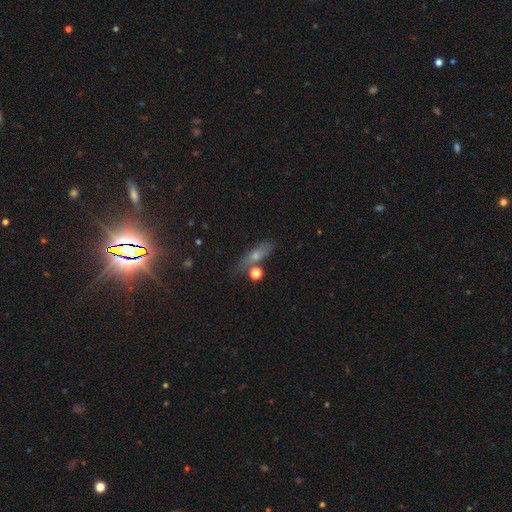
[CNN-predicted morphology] A smooth galaxy with no disk features (48%). Merging: none (67%).